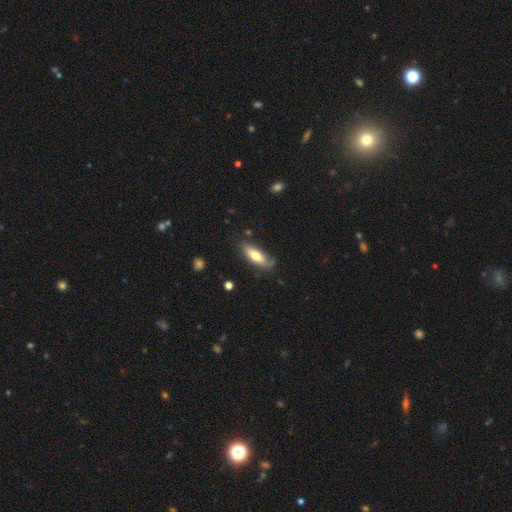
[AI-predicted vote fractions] Overall: smooth (67%). How rounded: in between (63%; cigar-shaped 35%). Merging: none (69%).